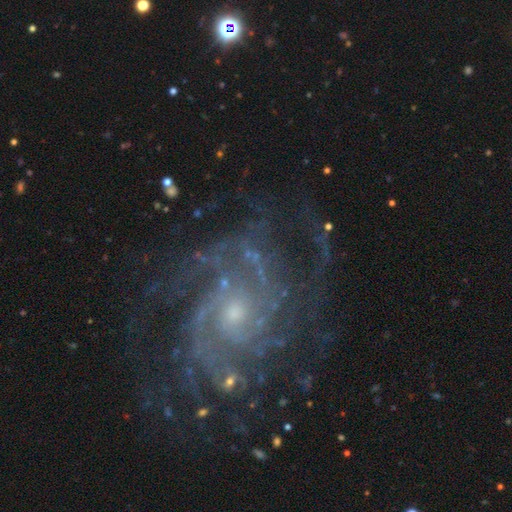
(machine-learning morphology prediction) smooth-or-featured: featured or disk: 89% | star or artifact: 7% | smooth: 3%
  disk-edge-on: no: 98% | yes: 2%
    bar: no: 72% | weak: 23% | strong: 5%
    has-spiral-arms: yes: 98% | no: 2%
      spiral-winding: tight: 55% | medium: 38% | loose: 8%
      spiral-arm-count: 2: 24% | 3: 21% | can't tell: 19% | 4: 17% | more than 4: 10% | 1: 8%
    bulge-size: small: 64% | moderate: 31% | none: 2% | large: 2% | dominant: 1%
  merging: none: 70% | minor disturbance: 16% | major disturbance: 12% | merger: 2%